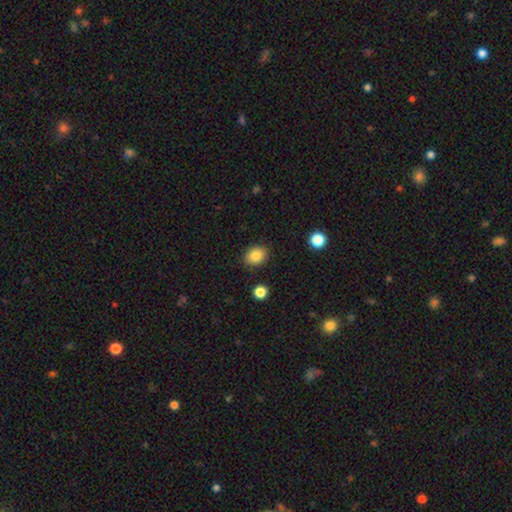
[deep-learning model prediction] Smooth or featured? smooth (83%)
How rounded? round (50%, tied with in between)
Merging? none (87%)